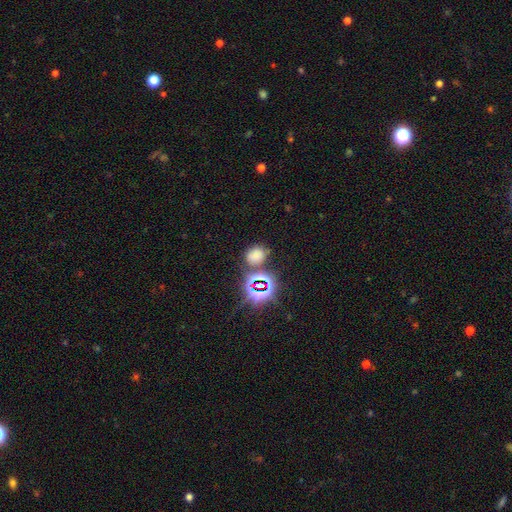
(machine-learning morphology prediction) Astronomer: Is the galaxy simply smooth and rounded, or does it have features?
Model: smooth — 59% (runner-up: star or artifact, 35%).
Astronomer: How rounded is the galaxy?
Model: round — 56% (runner-up: in between, 42%).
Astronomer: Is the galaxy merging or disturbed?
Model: none — 70%.